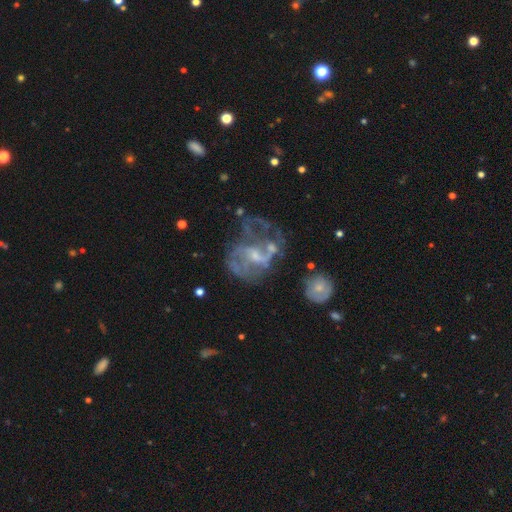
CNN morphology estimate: Overall: featured or disk (77%). Edge-on disk: no (98%). Bar: no (47%; weak 42%). Spiral arms: yes (65%; no 35%). Bulge size: small (44%; moderate 30%). Merging: major disturbance (38%; none 32%).